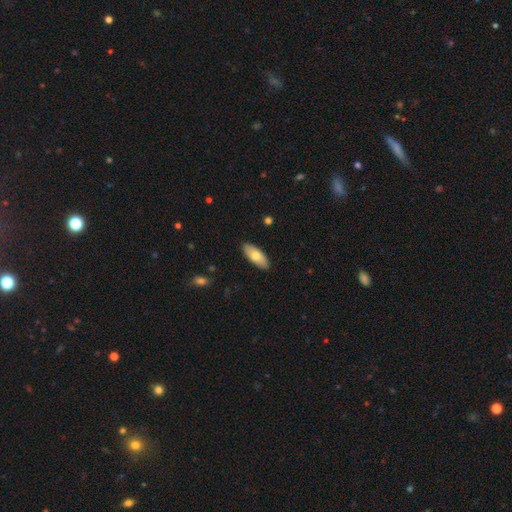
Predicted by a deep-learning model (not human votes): Morphology: type=smooth (74%); roundness=in between (81%); merging=none (89%).